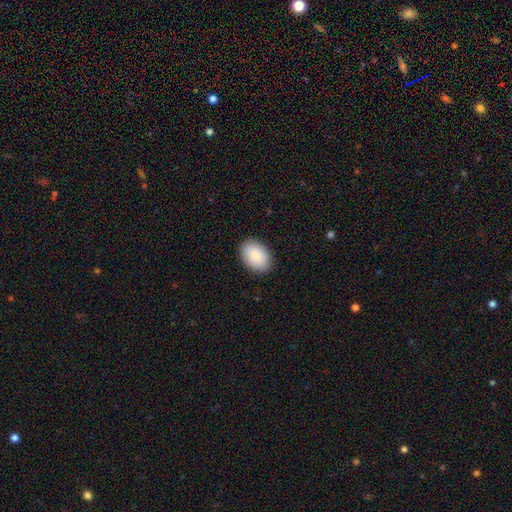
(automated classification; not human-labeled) smooth-or-featured: smooth: 89% | star or artifact: 6% | featured or disk: 5%
  how-rounded: in between: 85% | round: 14% | cigar-shaped: 1%
  merging: none: 89% | minor disturbance: 8% | major disturbance: 2% | merger: 1%